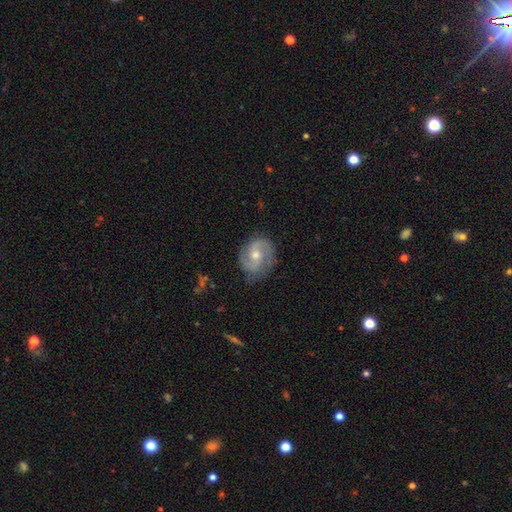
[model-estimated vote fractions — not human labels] Smooth or featured: featured or disk — 79% (smooth — 15%)
Edge-on disk: no — 97% (yes — 3%)
Bar: no — 48% (weak — 41%)
Spiral arms: yes — 94% (no — 6%)
Spiral winding: medium — 47% (tight — 31%)
Spiral arm count: 2 — 84% (can't tell — 7%)
Bulge size: moderate — 62% (small — 33%)
Merging: none — 78% (minor disturbance — 16%)